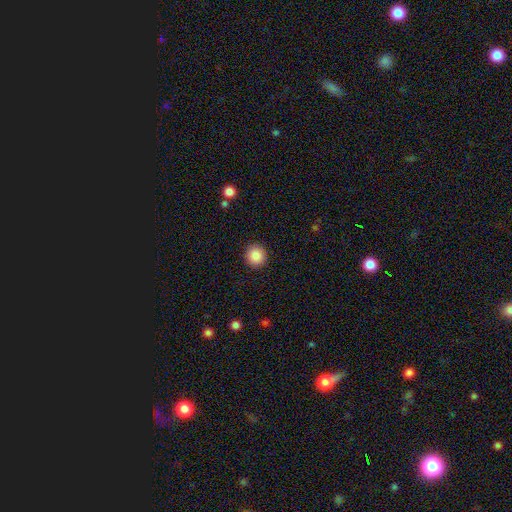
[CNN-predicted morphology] This is clearly a smooth galaxy (88%). How rounded: clearly round (91%). Merging: clearly none (92%).